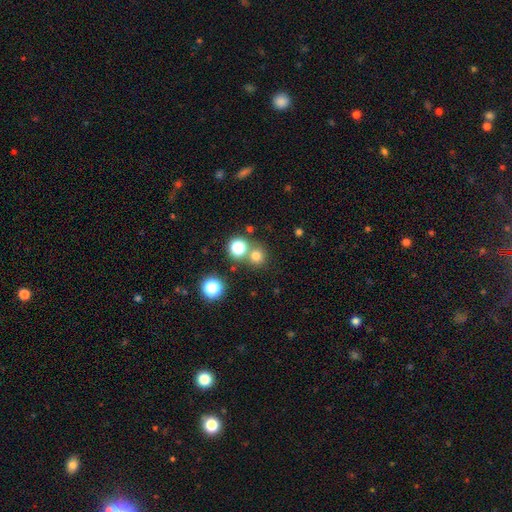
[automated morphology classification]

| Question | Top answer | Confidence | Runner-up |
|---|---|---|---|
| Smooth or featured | smooth | 73% | star or artifact (20%) |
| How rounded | round | 90% | in between (9%) |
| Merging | none | 63% | merger (27%) |